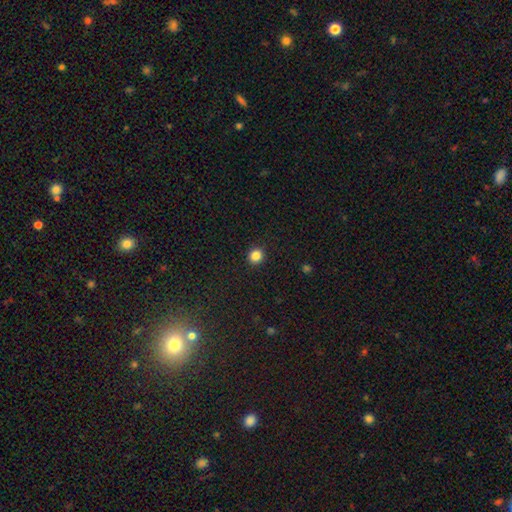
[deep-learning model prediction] Smooth or featured: smooth — 85% (star or artifact — 11%)
How rounded: round — 91% (in between — 8%)
Merging: none — 93% (minor disturbance — 5%)